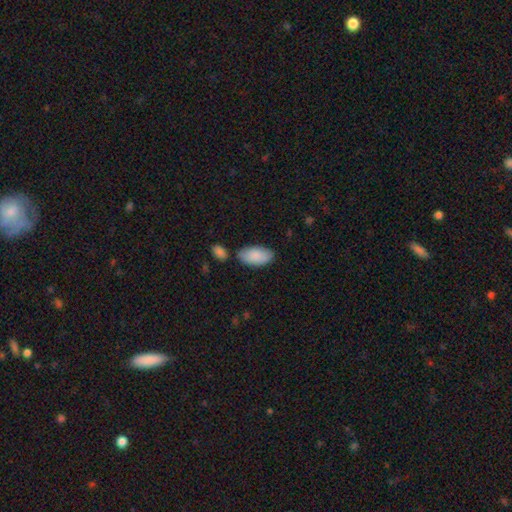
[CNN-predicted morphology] This appears to be a smooth galaxy with no disk features (89%) that is in between round and cigar-shaped (95%). Merging: none (73%).